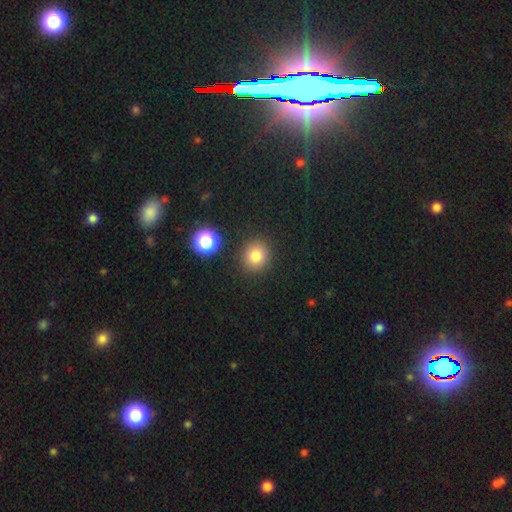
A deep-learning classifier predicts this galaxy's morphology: smooth_or_featured: smooth (p=0.80) [alt: star or artifact p=0.14]
how_rounded: round (p=0.86) [alt: in between p=0.13]
merging: none (p=0.88) [alt: minor disturbance p=0.07]